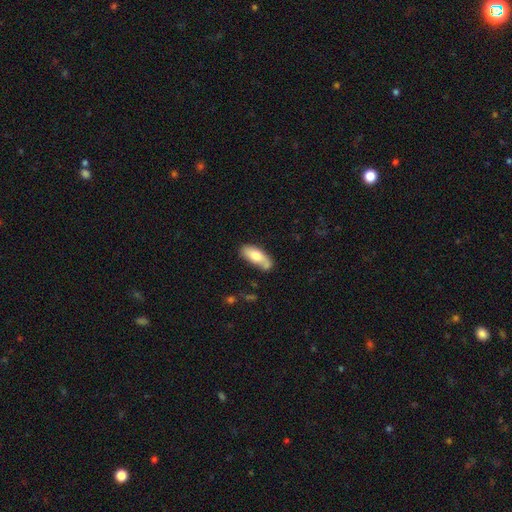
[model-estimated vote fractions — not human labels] smooth 72%, featured or disk 22%, star or artifact 6%. Down the decision tree: how rounded — in between (81%); merging — none (59%).